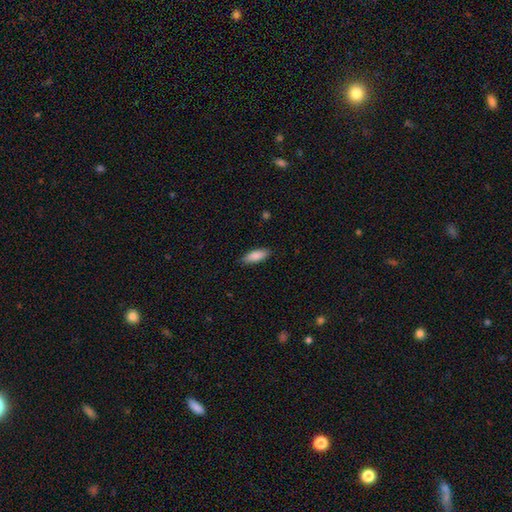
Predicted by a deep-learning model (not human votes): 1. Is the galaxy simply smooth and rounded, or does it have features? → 86% smooth, 8% featured or disk, 6% star or artifact.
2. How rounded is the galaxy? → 68% in between, 30% cigar-shaped, 2% round.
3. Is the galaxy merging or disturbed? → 86% none, 11% minor disturbance, 2% major disturbance, 1% merger.